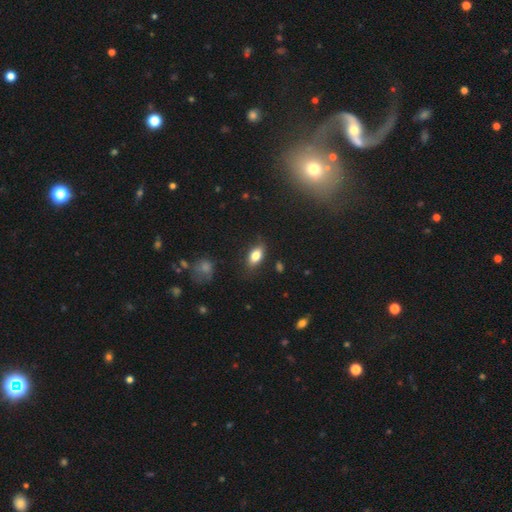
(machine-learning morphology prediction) Overall: smooth (79%). How rounded: in between (88%). Merging: none (79%).